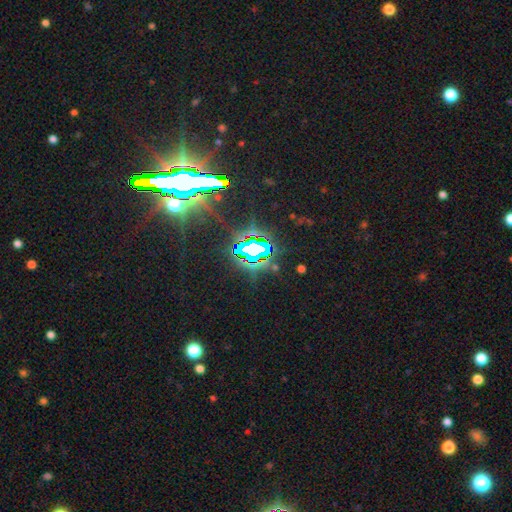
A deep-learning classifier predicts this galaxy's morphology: This appears to be a star or artifact, not a galaxy (81%).